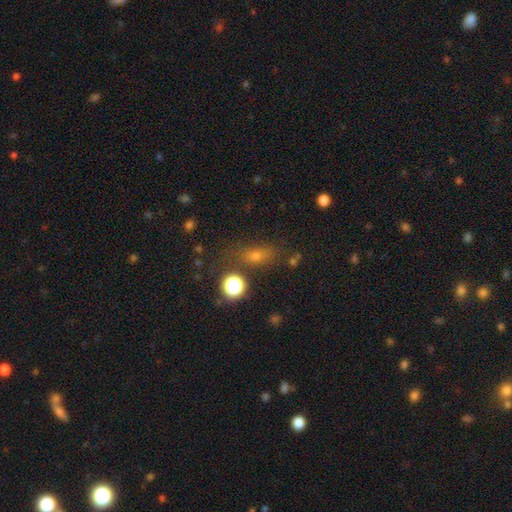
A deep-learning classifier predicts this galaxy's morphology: smooth_or_featured: smooth (p=0.58) [alt: star or artifact p=0.27]
how_rounded: in between (p=0.58) [alt: round p=0.28]
merging: none (p=0.72) [alt: minor disturbance p=0.14]